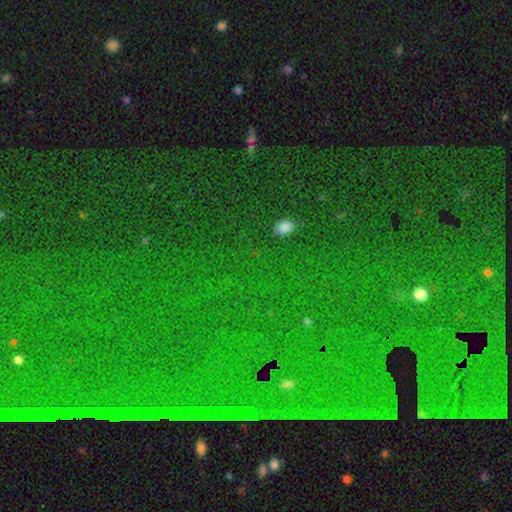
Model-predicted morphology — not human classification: Q: Smooth or featured?
A: star or artifact (83%); runner-up: smooth (9%)